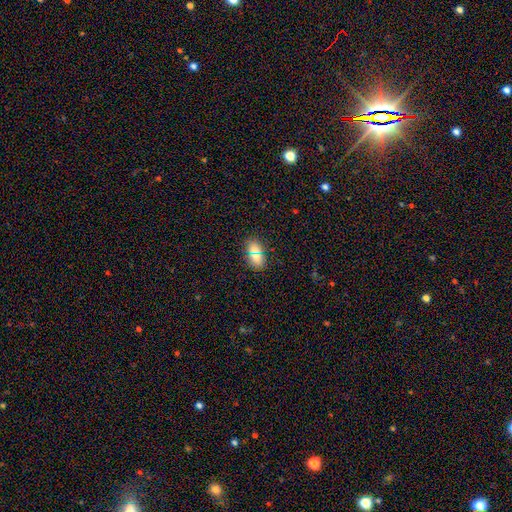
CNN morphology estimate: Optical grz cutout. It shows a smooth galaxy with no disk features (75%) that is in between round and cigar-shaped (87%). Merging: none (87%).